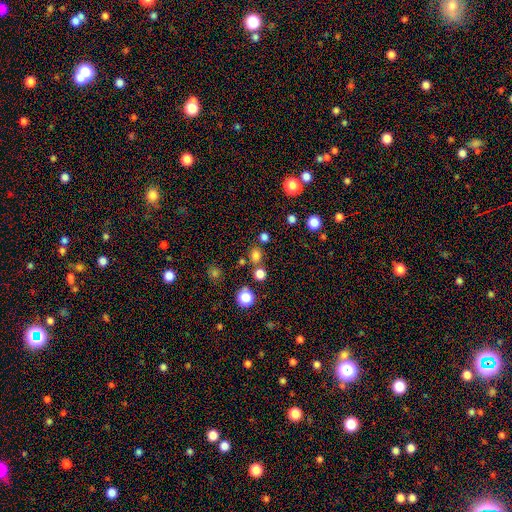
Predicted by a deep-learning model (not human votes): Smooth or featured?
  - smooth: 73% *
  - star or artifact: 22%
  - featured or disk: 5%
How rounded?
  - round: 73% *
  - in between: 25%
  - cigar-shaped: 1%
Merging?
  - none: 76% *
  - merger: 12%
  - minor disturbance: 9%
  - major disturbance: 4%